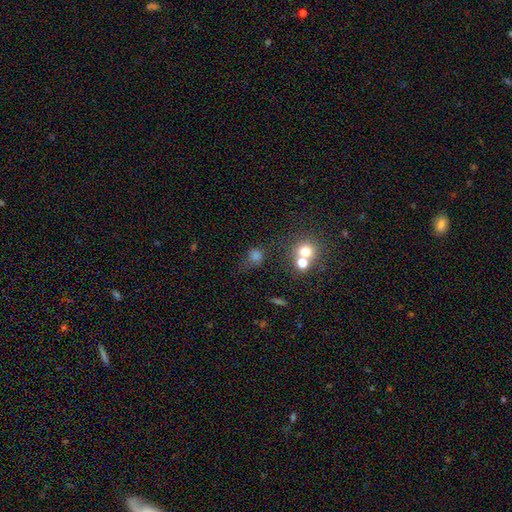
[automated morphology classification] type=smooth (70%); roundness=round (74%); merging=none (51%).